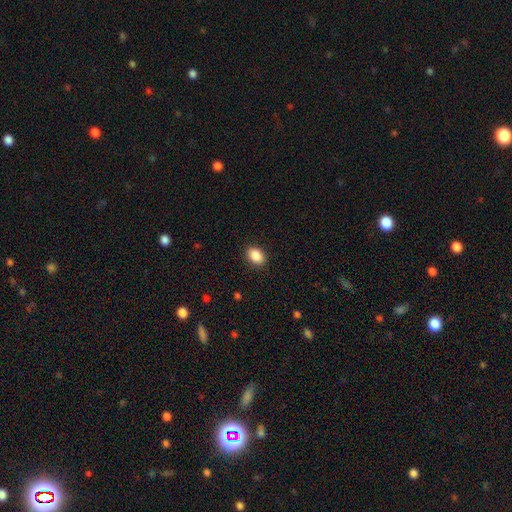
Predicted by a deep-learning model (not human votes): Q: Smooth or featured?
A: smooth (88%); runner-up: star or artifact (8%)
Q: How rounded?
A: in between (81%); runner-up: round (18%)
Q: Merging?
A: none (89%); runner-up: minor disturbance (8%)